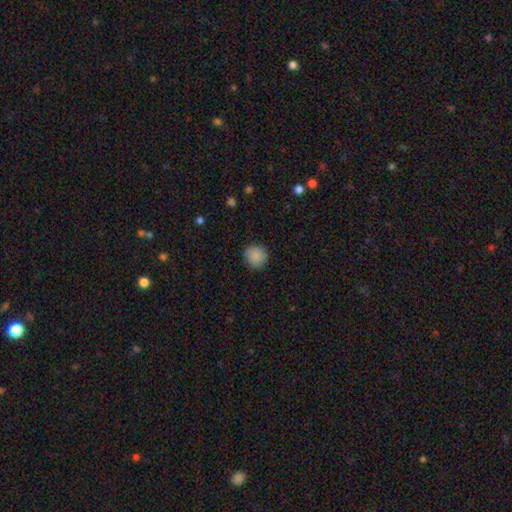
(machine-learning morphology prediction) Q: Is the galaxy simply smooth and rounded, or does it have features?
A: smooth — 88%.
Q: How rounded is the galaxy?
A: round — 93%.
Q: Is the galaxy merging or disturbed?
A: none — 89%.